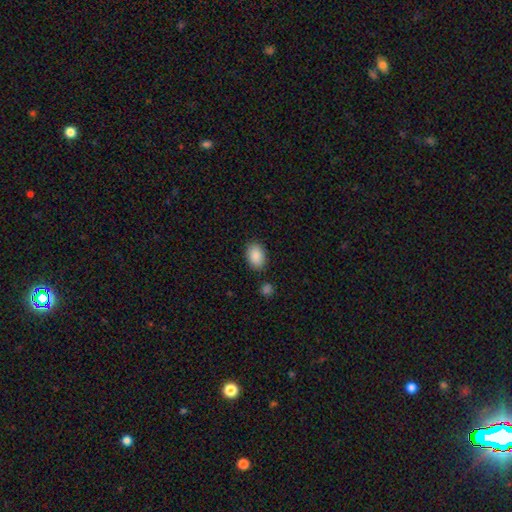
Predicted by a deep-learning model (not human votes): Q: Smooth or featured?
A: smooth (89%); runner-up: star or artifact (7%)
Q: How rounded?
A: in between (88%); runner-up: round (11%)
Q: Merging?
A: none (83%); runner-up: minor disturbance (11%)